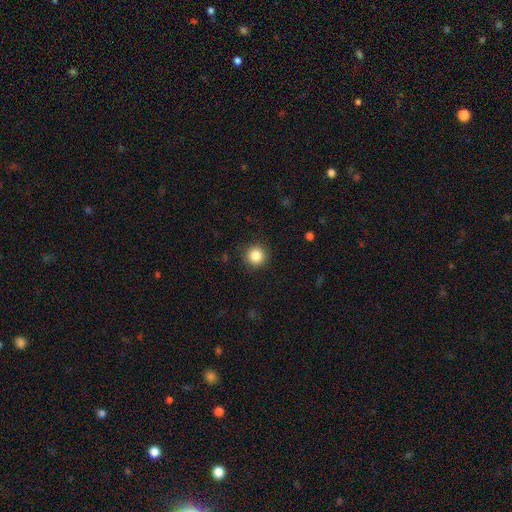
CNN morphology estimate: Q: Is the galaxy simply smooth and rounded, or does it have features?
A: smooth — 84%.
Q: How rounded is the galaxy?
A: round — 95%.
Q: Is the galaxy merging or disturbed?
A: none — 91%.